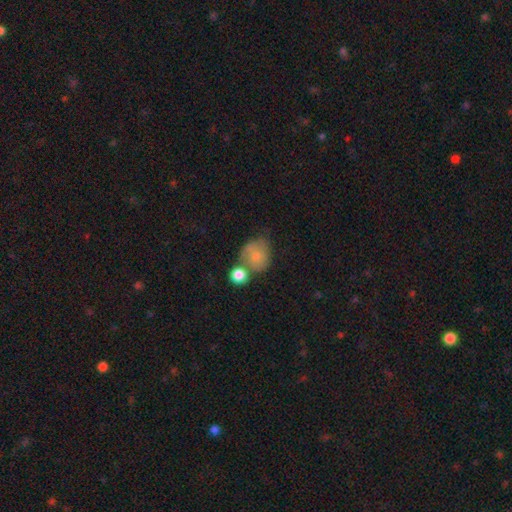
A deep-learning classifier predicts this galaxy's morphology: type=smooth (74%); roundness=round (68%); merging=none (37%).